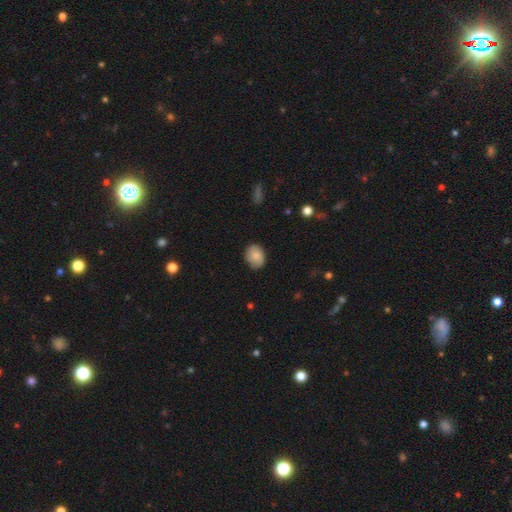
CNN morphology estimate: Overall: smooth (81%). How rounded: in between (68%; round 31%). Merging: none (80%).